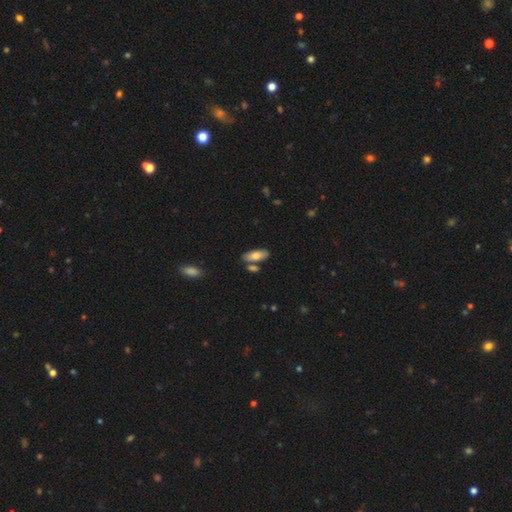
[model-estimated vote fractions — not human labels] Q: Smooth or featured?
A: smooth (77%); runner-up: featured or disk (17%)
Q: How rounded?
A: in between (81%); runner-up: cigar-shaped (16%)
Q: Merging?
A: none (70%); runner-up: merger (14%)